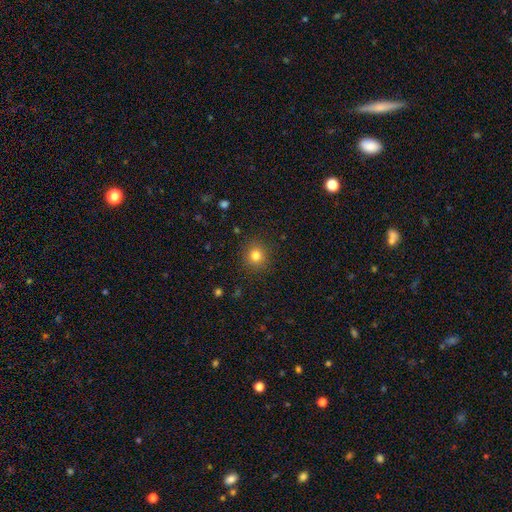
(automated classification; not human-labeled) This is clearly a smooth galaxy (81%). How rounded: clearly round (91%). Merging: clearly none (90%).